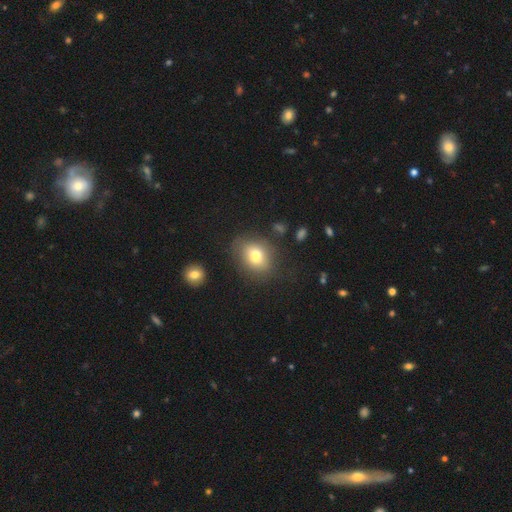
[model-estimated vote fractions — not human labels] Smooth or featured?
  - smooth: 75% *
  - featured or disk: 14%
  - star or artifact: 11%
How rounded?
  - round: 53% *
  - in between: 46%
  - cigar-shaped: 1%
Merging?
  - none: 75% *
  - minor disturbance: 16%
  - major disturbance: 6%
  - merger: 3%